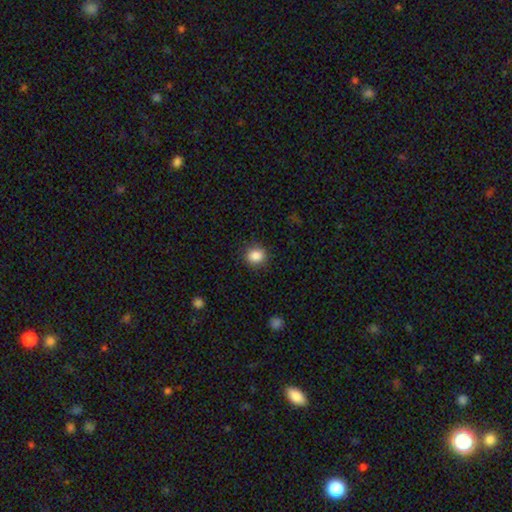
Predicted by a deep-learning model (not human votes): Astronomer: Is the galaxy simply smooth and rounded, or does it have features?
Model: smooth — 87%.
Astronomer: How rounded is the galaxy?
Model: round — 77%.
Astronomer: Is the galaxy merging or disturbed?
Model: none — 89%.